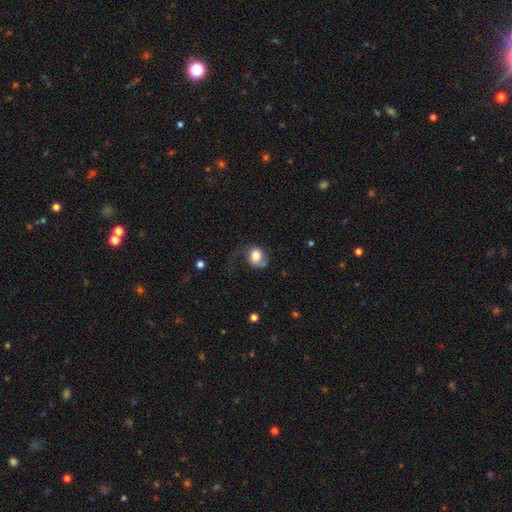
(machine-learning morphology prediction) type=smooth (63%); roundness=round (64%); merging=none (37%).